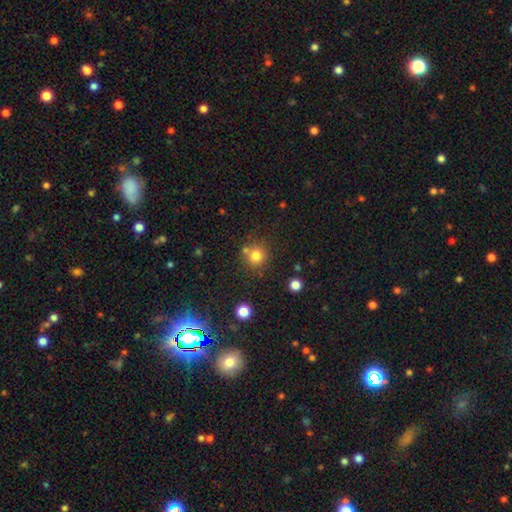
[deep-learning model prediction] smooth_or_featured: smooth (p=0.78) [alt: star or artifact p=0.14]
how_rounded: round (p=0.92) [alt: in between p=0.07]
merging: none (p=0.73) [alt: merger p=0.14]